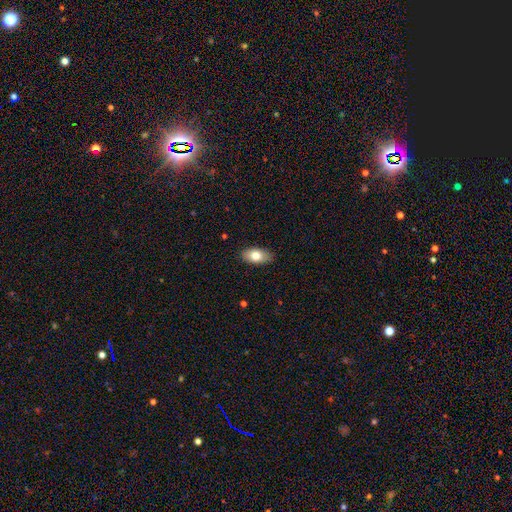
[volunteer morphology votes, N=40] Overall: smooth (65%; featured or disk 32%). How rounded: in between (92%). Merging: none (85%).